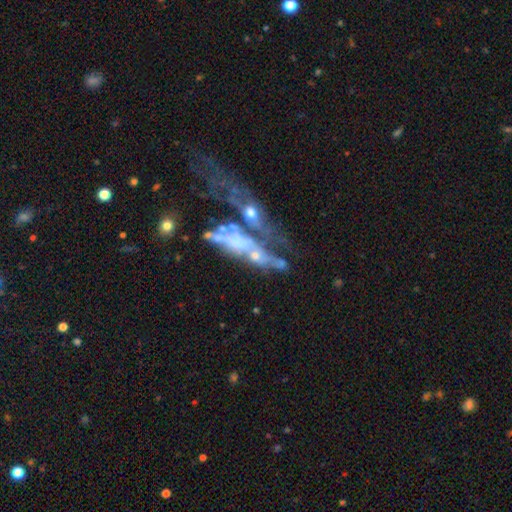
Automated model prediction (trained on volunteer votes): A featured or disk galaxy (56%).

Vote fractions:
- Smooth or featured? featured or disk: 56% / smooth: 28% / star or artifact: 16%
- Edge-on disk? no: 73% / yes: 27%
- Merging? merger: 55% / none: 18% / major disturbance: 17% / minor disturbance: 10%